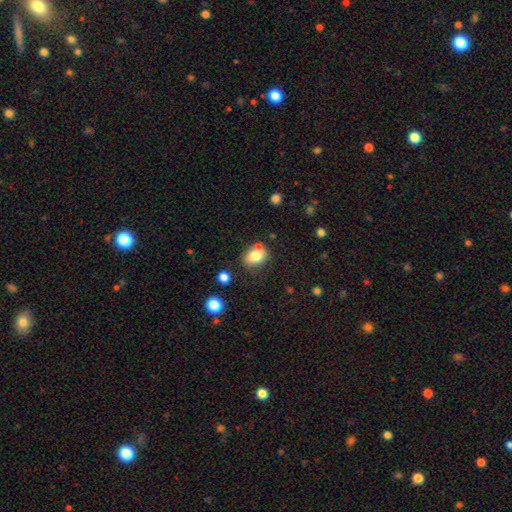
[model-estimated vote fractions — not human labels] Overall: smooth (78%). How rounded: in between (52%; round 47%). Merging: none (67%).